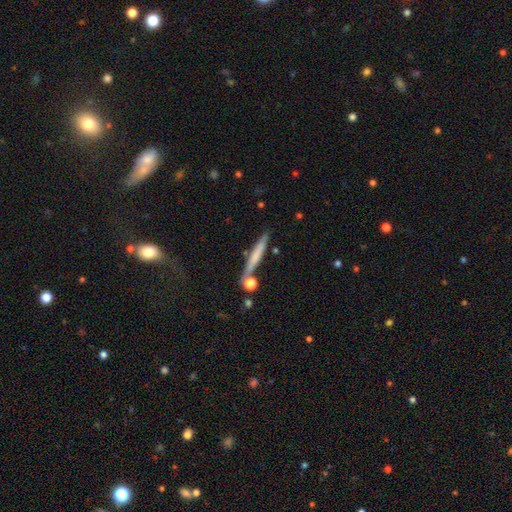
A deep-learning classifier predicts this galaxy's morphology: smooth_or_featured: smooth (p=0.57) [alt: featured or disk p=0.36]
how_rounded: cigar-shaped (p=0.93) [alt: in between p=0.04]
merging: none (p=0.74) [alt: minor disturbance p=0.13]